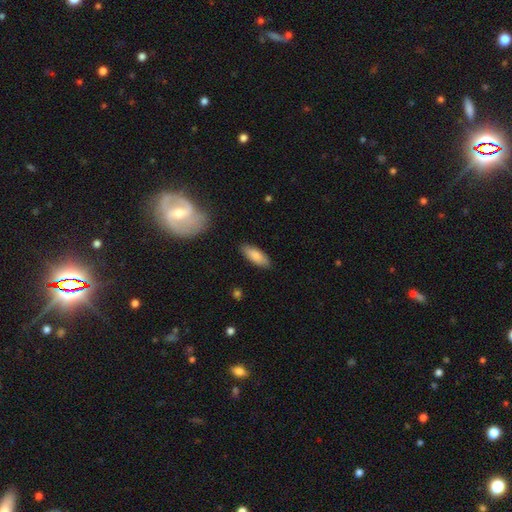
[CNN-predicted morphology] smooth 83%, featured or disk 11%, star or artifact 6%. Down the decision tree: how rounded — in between (71%); merging — none (86%).